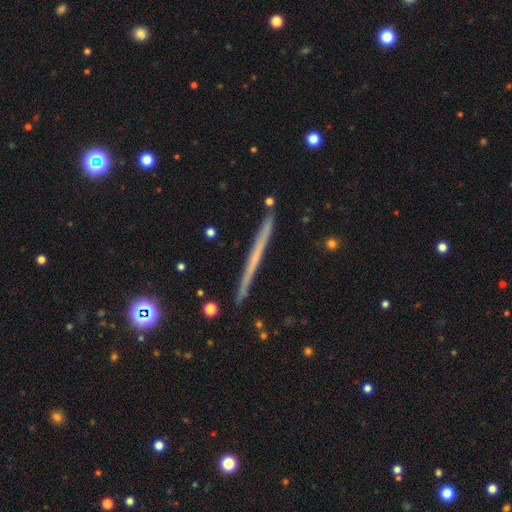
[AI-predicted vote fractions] Smooth or featured? featured or disk (61%)
Edge-on disk? yes (98%)
Edge-on bulge? none (85%)
Merging? none (90%)